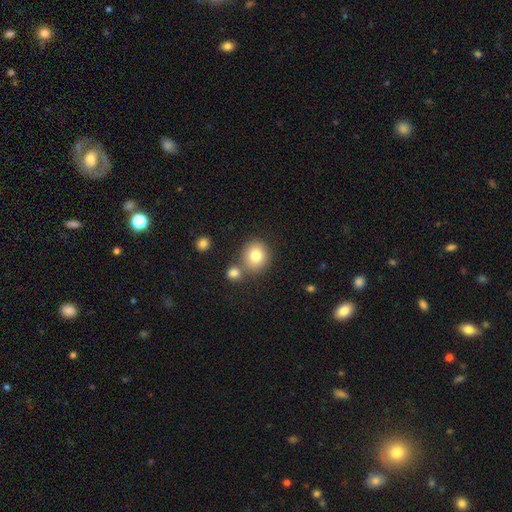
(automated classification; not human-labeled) Smooth or featured? smooth (80%)
How rounded? round (82%)
Merging? none (65%)